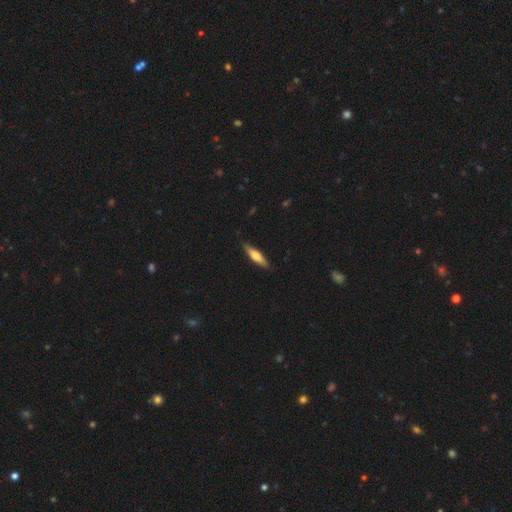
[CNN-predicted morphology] A smooth galaxy with no disk features (59%) that is cigar-shaped (71%). Merging: none (86%).